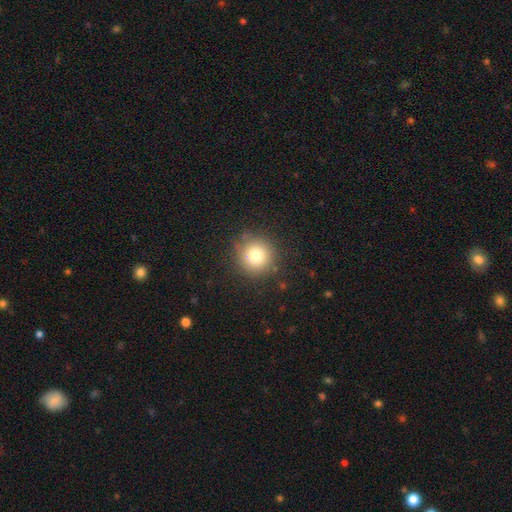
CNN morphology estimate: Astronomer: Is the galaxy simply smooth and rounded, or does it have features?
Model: smooth — 77%.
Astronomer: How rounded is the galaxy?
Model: round — 94%.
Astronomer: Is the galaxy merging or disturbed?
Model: none — 84%.